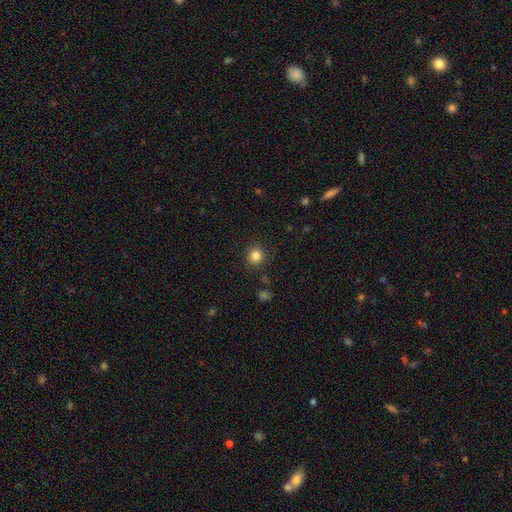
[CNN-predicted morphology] Smooth or featured?
  - smooth: 84% *
  - star or artifact: 12%
  - featured or disk: 4%
How rounded?
  - round: 90% *
  - in between: 9%
  - cigar-shaped: 1%
Merging?
  - none: 89% *
  - minor disturbance: 7%
  - major disturbance: 3%
  - merger: 1%